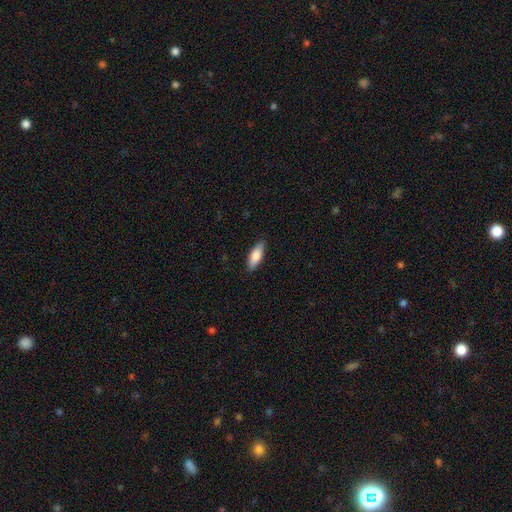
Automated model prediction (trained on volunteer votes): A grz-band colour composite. It shows a smooth galaxy with no disk features (79%) that is in between round and cigar-shaped (65%). Merging: none (87%).